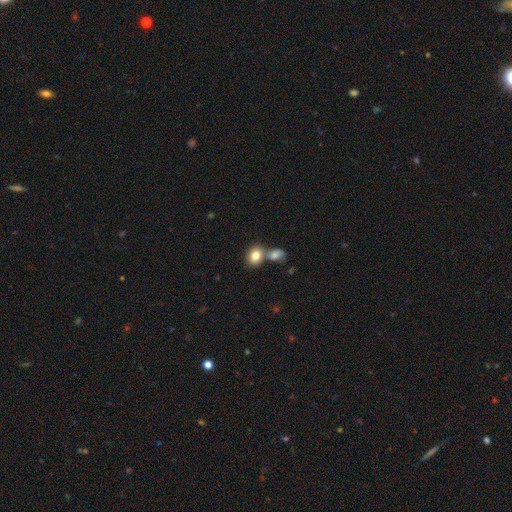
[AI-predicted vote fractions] smooth-or-featured: smooth: 82% | featured or disk: 9% | star or artifact: 9%
  how-rounded: round: 51% | in between: 48% | cigar-shaped: 1%
  merging: none: 46% | merger: 42% | minor disturbance: 9% | major disturbance: 3%